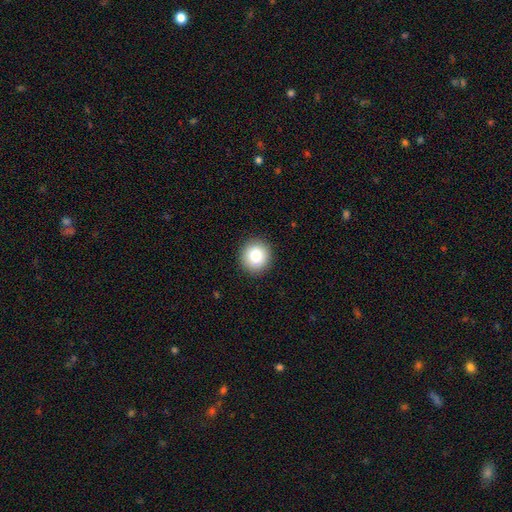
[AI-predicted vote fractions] The model was most divided on "smooth or featured": smooth: 82%, star or artifact: 10%, featured or disk: 8%. More confident: merging — none (92%); how rounded — round (89%).